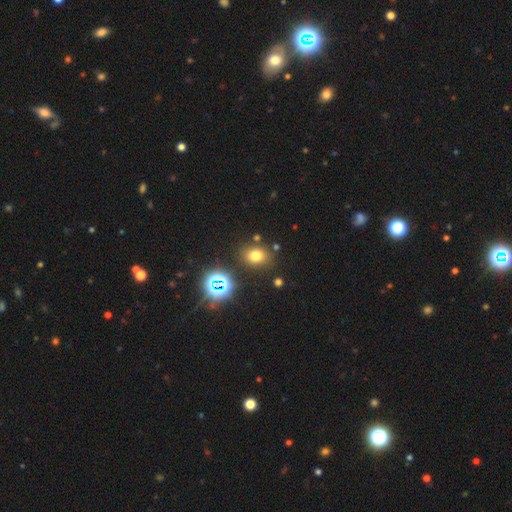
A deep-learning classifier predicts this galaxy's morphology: smooth-or-featured: smooth: 69% | star or artifact: 22% | featured or disk: 9%
  how-rounded: in between: 53% | round: 45% | cigar-shaped: 1%
  merging: none: 82% | minor disturbance: 10% | merger: 5% | major disturbance: 4%